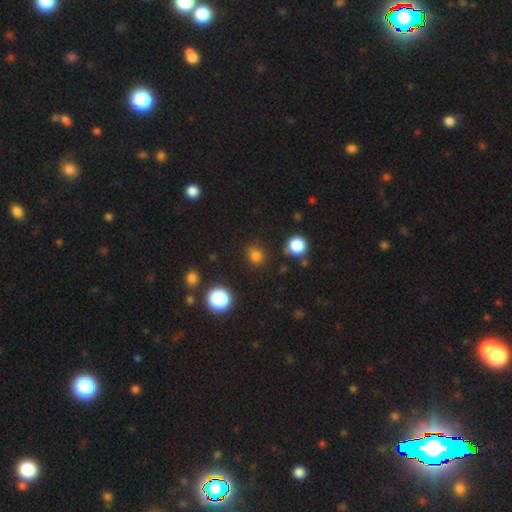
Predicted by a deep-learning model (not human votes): This is likely a smooth galaxy (77%). How rounded: clearly round (80%). Merging: likely none (80%).